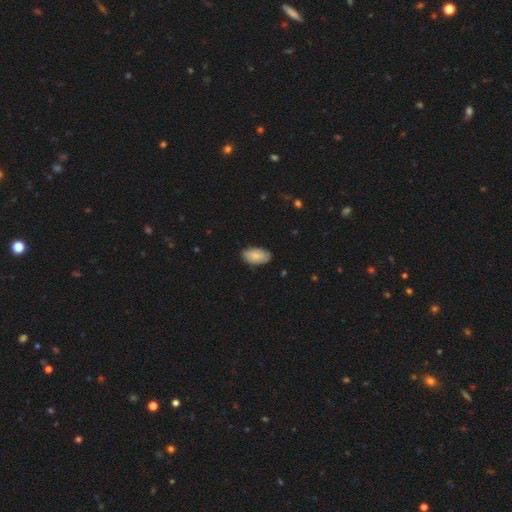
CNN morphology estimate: Smooth or featured? smooth (81%)
How rounded? in between (95%)
Merging? none (78%)